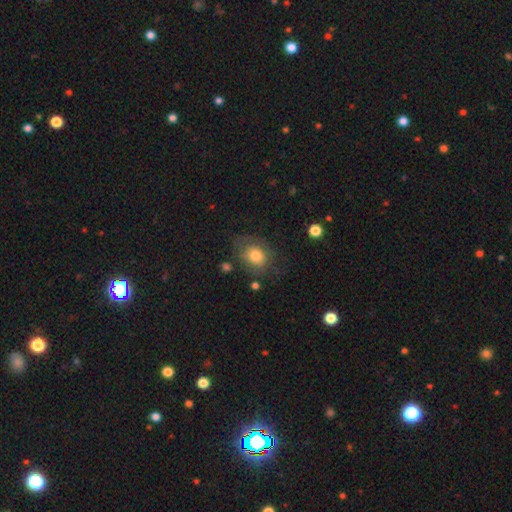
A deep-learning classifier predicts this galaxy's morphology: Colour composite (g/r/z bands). It shows a smooth galaxy with no disk features (73%) that is round (55%). Merging: none (61%).